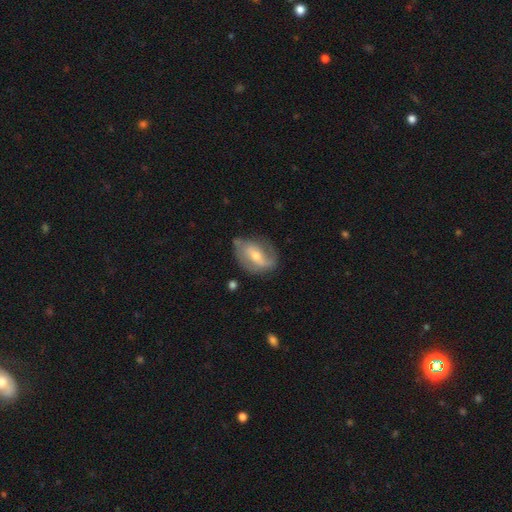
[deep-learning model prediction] Overall: featured or disk (69%). Edge-on disk: no (94%). Bar: weak (42%; strong 33%). Spiral arms: yes (77%). Spiral arm count: 2 (70%). Spiral winding: medium (40%; loose 35%). Bulge size: moderate (59%; small 35%). Merging: none (61%; minor disturbance 26%).